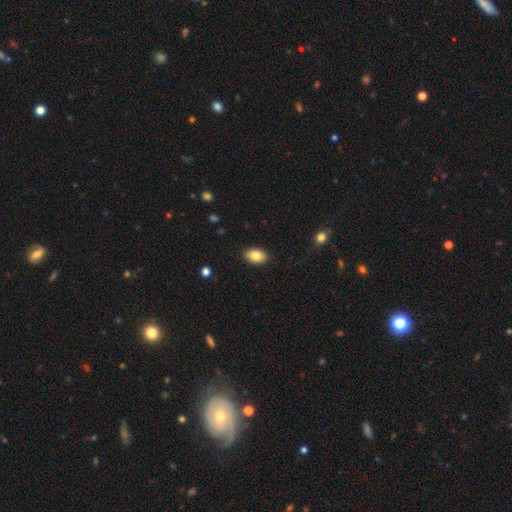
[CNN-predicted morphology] smooth 83%, featured or disk 10%, star or artifact 8%. Down the decision tree: how rounded — in between (91%); merging — none (88%).